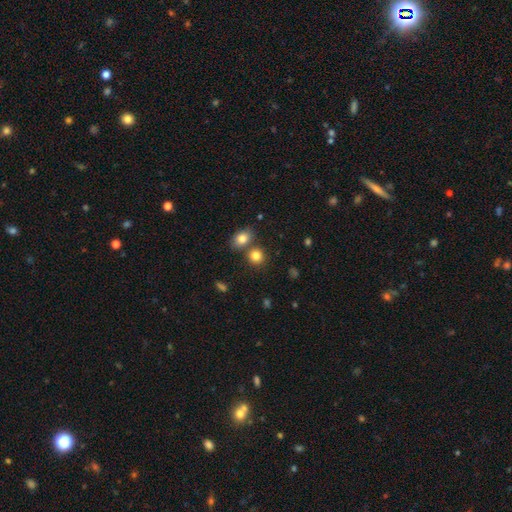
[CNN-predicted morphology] Overall: smooth (82%). How rounded: round (79%). Merging: none (64%; merger 25%).